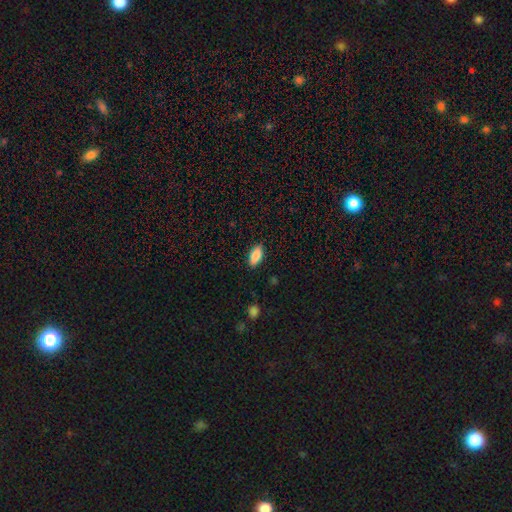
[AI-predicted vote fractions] Overall: smooth (86%). How rounded: in between (87%). Merging: none (87%).